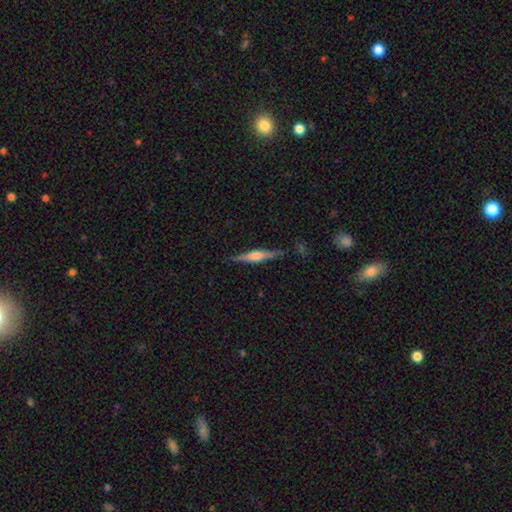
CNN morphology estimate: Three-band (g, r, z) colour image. It shows a featured or disk galaxy (70%) viewed edge-on (98%) with a rounded central bulge (79%). Merging: none (88%).